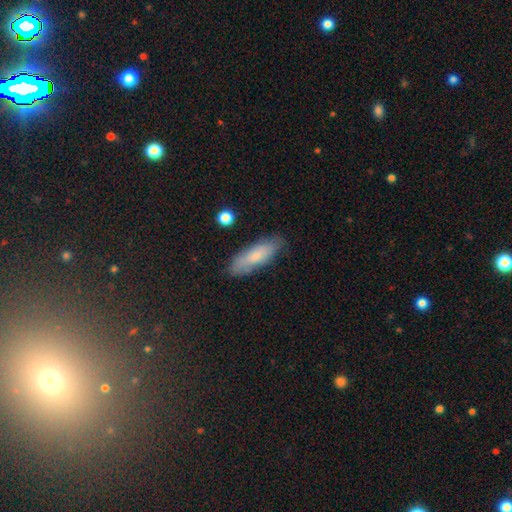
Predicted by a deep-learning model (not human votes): This is likely a smooth galaxy (73%). How rounded: possibly in between (55%). Merging: likely none (78%).